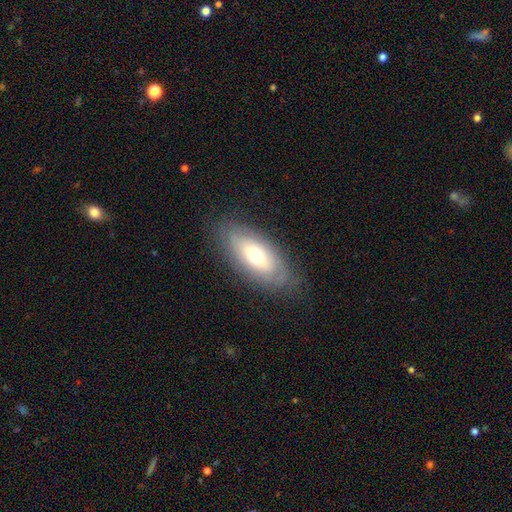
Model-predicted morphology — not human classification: Smooth or featured?
  - smooth: 53% *
  - featured or disk: 39%
  - star or artifact: 8%
How rounded?
  - in between: 87% *
  - cigar-shaped: 9%
  - round: 4%
Merging?
  - none: 79% *
  - minor disturbance: 15%
  - major disturbance: 5%
  - merger: 1%